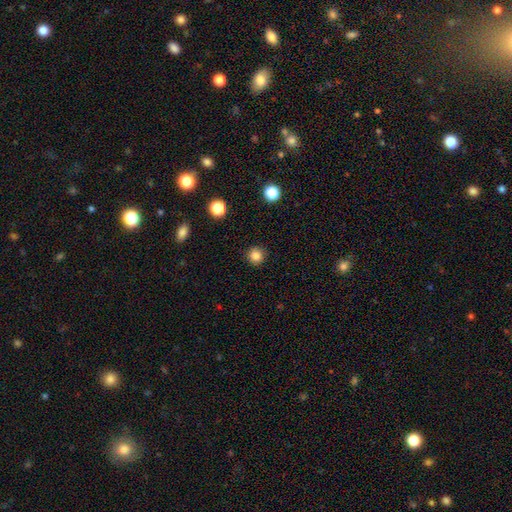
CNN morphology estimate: A smooth galaxy with no disk features (83%) that is round (94%).

Vote fractions:
- Smooth or featured? smooth: 83% / star or artifact: 12% / featured or disk: 5%
- How rounded? round: 94% / in between: 5% / cigar-shaped: 1%
- Merging? none: 91% / minor disturbance: 6% / major disturbance: 2% / merger: 1%